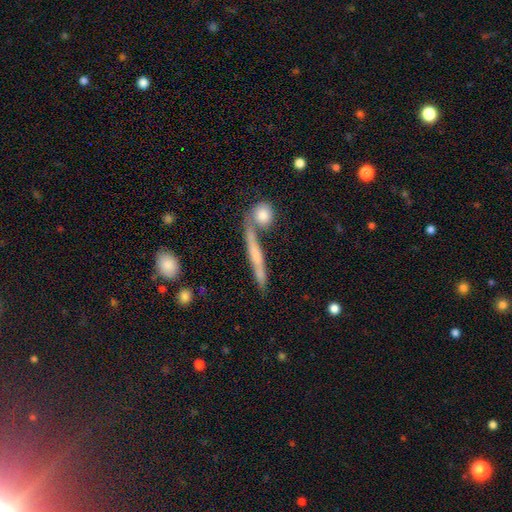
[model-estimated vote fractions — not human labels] Overall: featured or disk (49%; smooth 42%). Merging: none (63%).